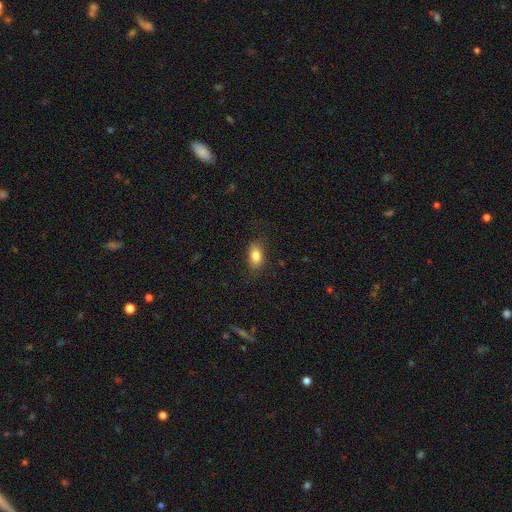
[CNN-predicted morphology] A smooth galaxy with no disk features (83%) that is in between round and cigar-shaped (87%). Merging: none (81%).